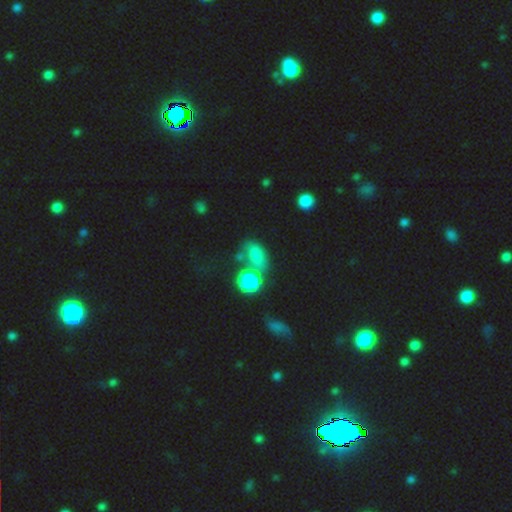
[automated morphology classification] A smooth galaxy with no disk features (72%) that is in between round and cigar-shaped (72%). Merging: merger (43%).